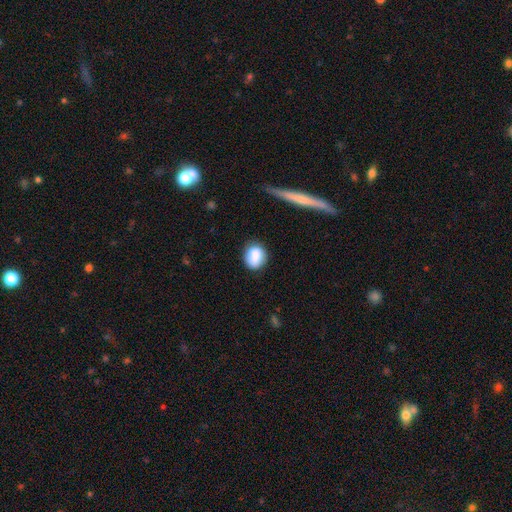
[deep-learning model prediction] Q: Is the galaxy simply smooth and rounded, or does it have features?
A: smooth — 85%.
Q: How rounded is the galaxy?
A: round — 51%.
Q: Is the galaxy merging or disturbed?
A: none — 76%.